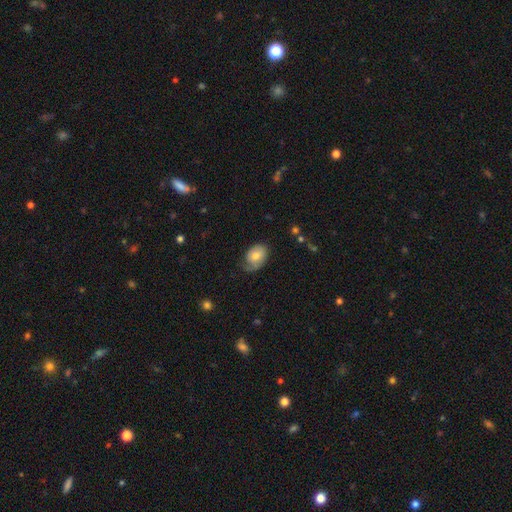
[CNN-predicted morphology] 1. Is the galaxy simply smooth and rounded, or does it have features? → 63% smooth, 31% featured or disk, 7% star or artifact.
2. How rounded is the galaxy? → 77% in between, 22% round, 1% cigar-shaped.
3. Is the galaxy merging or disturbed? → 48% none, 34% minor disturbance, 16% major disturbance, 2% merger.